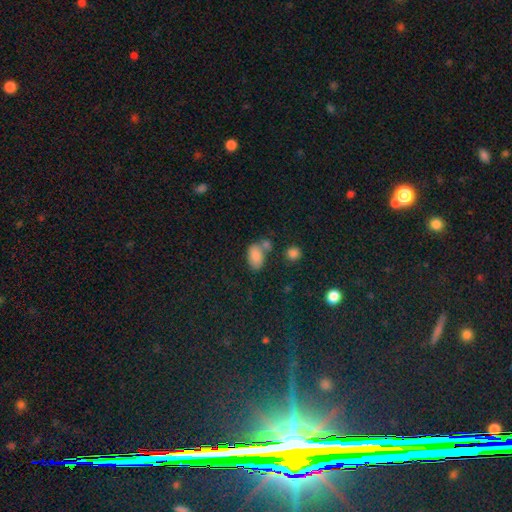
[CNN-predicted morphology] This is clearly a smooth galaxy (81%). How rounded: clearly in between (90%). Merging: marginally none (44%).